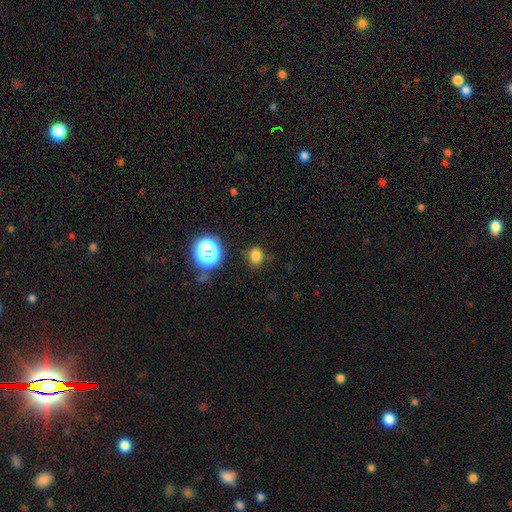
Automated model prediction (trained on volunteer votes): smooth_or_featured: smooth (p=0.75) [alt: star or artifact p=0.20]
how_rounded: round (p=0.74) [alt: in between p=0.25]
merging: none (p=0.78) [alt: minor disturbance p=0.15]